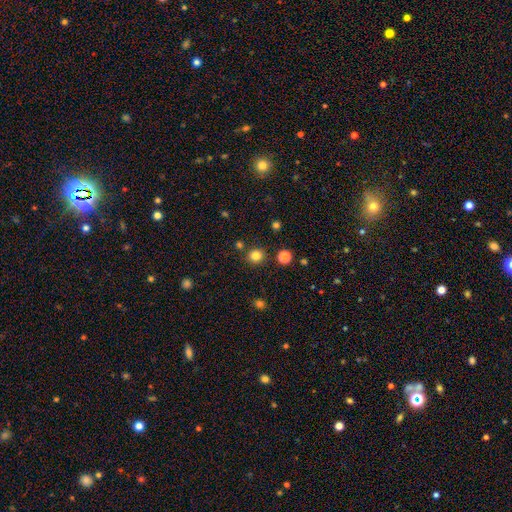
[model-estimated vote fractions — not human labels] The model was most divided on "smooth or featured": smooth: 81%, star or artifact: 14%, featured or disk: 5%. More confident: how rounded — round (90%); merging — none (87%).